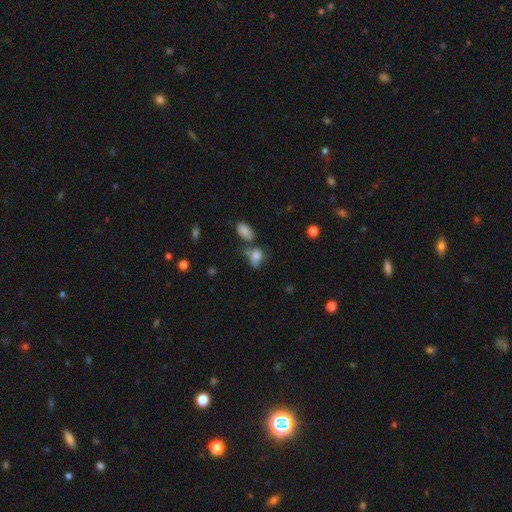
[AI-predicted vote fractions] Smooth or featured: smooth — 75% (featured or disk — 14%)
How rounded: in between — 72% (round — 26%)
Merging: none — 35% (merger — 27%)